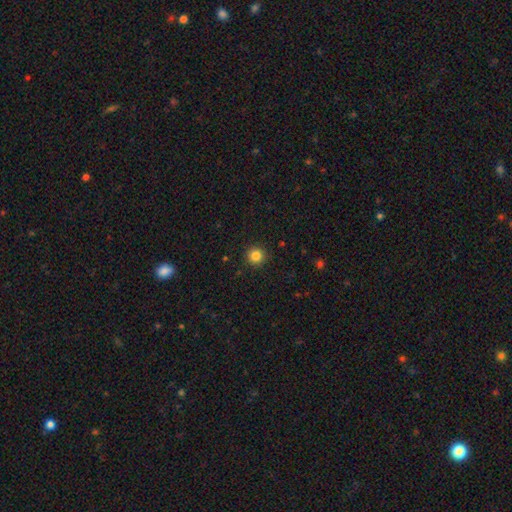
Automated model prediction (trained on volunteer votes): Q: Smooth or featured?
A: smooth (84%); runner-up: star or artifact (12%)
Q: How rounded?
A: round (95%); runner-up: in between (5%)
Q: Merging?
A: none (92%); runner-up: minor disturbance (6%)